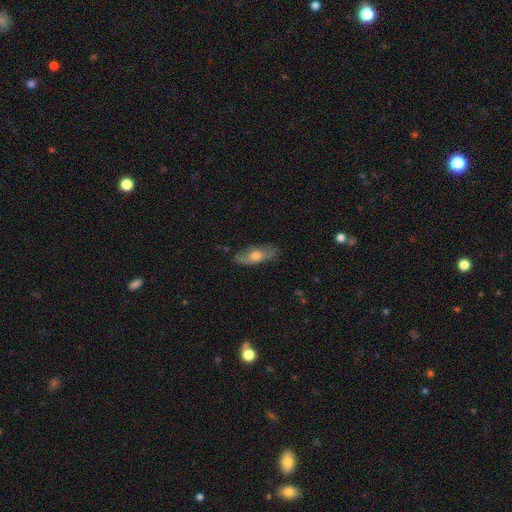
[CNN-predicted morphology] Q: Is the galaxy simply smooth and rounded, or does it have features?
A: smooth — 47%.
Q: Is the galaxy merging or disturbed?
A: none — 76%.